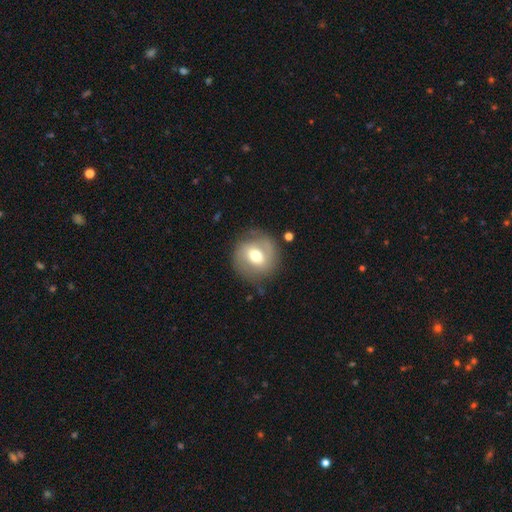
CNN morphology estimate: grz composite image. It shows a featured or disk galaxy (48%). Merging: none (78%).